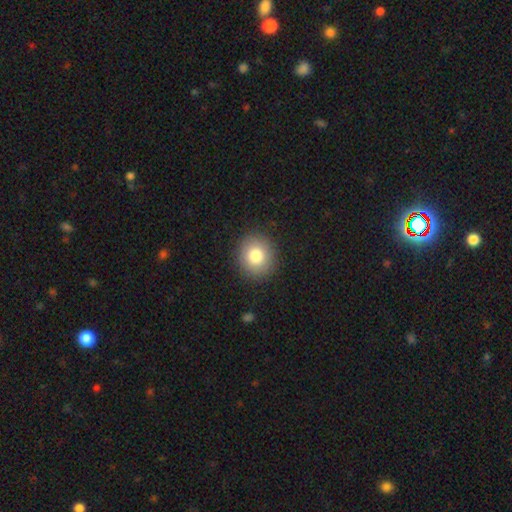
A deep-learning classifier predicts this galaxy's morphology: type=smooth (80%); roundness=round (83%); merging=none (90%).